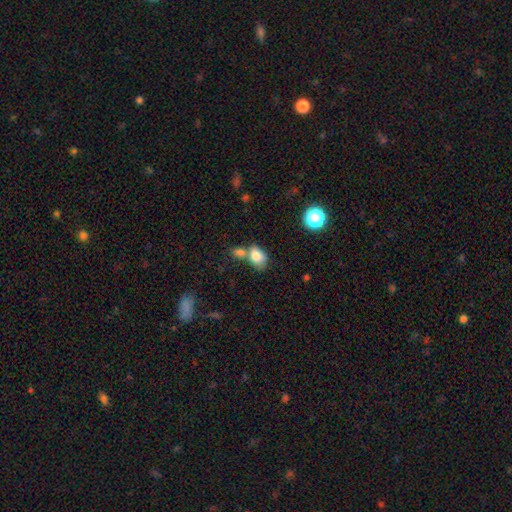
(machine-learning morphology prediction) Smooth or featured: smooth — 80% (featured or disk — 11%)
How rounded: in between — 74% (round — 24%)
Merging: merger — 45% (none — 36%)